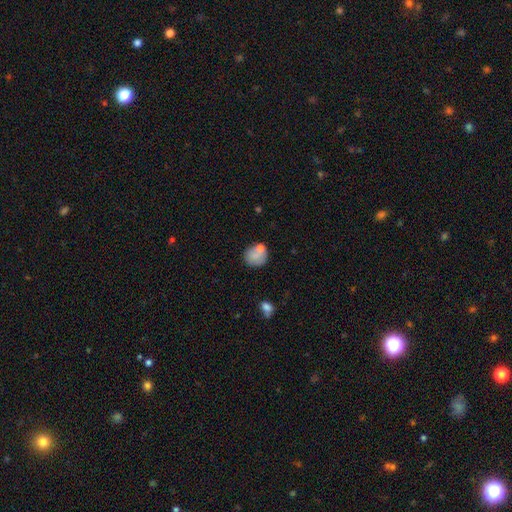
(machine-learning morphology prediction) Smooth or featured? smooth (77%)
How rounded? round (78%)
Merging? none (61%)